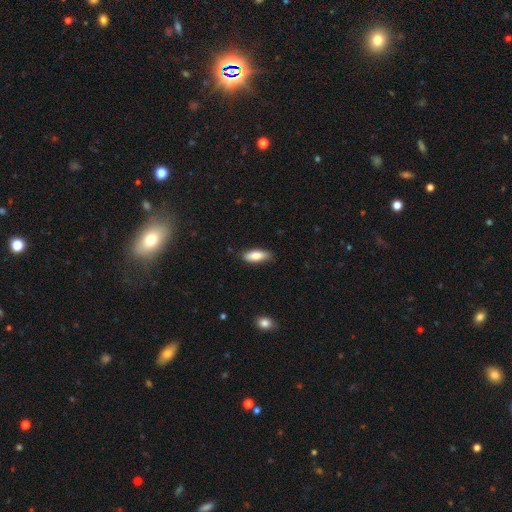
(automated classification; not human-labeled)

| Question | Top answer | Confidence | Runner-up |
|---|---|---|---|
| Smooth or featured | smooth | 83% | featured or disk (11%) |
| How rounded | in between | 73% | cigar-shaped (25%) |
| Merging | none | 81% | minor disturbance (15%) |